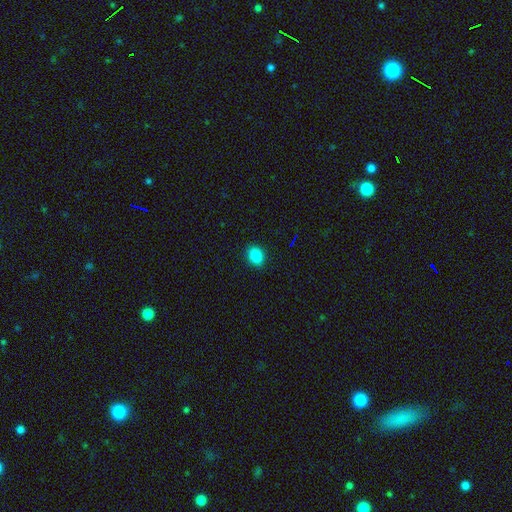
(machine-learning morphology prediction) This is clearly a smooth galaxy (86%). How rounded: likely in between (69%). Merging: clearly none (90%).